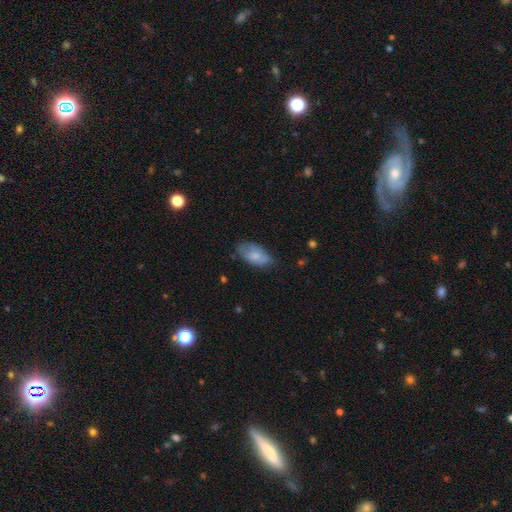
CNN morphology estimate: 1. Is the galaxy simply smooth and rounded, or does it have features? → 69% smooth, 25% featured or disk, 7% star or artifact.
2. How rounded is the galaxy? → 92% in between, 4% cigar-shaped, 4% round.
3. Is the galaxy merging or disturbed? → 58% none, 32% minor disturbance, 8% major disturbance, 2% merger.